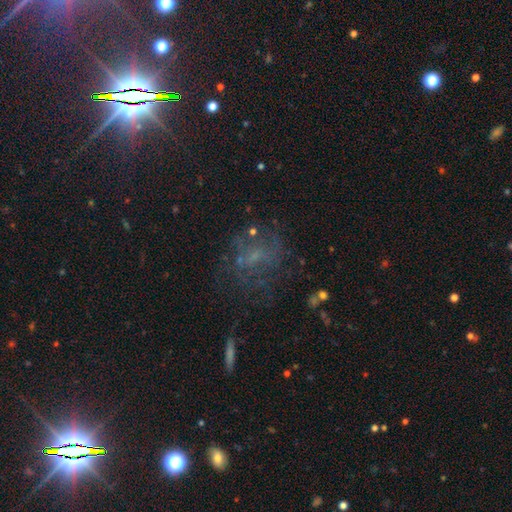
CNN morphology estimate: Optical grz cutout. It shows a featured or disk galaxy (40%). Merging: none (54%).